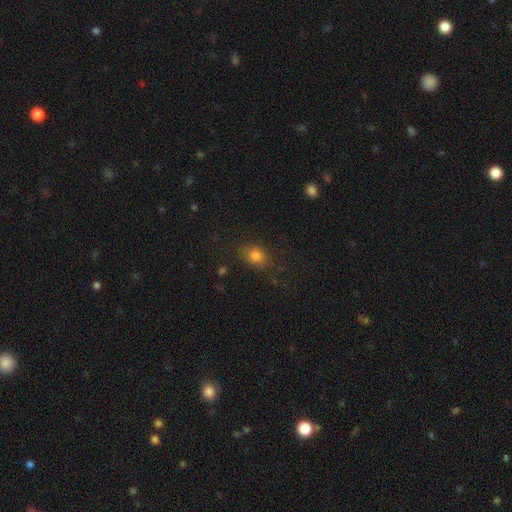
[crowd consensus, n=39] Morphology: type=smooth (74%); roundness=in between (76%); merging=none (63%).